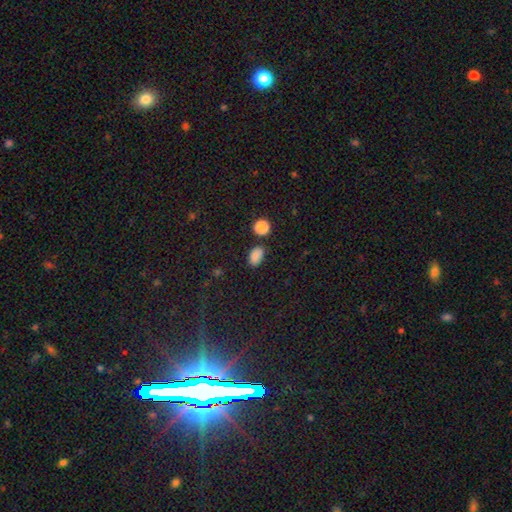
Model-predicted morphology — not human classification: smooth-or-featured: smooth: 84% | star or artifact: 12% | featured or disk: 4%
  how-rounded: in between: 87% | round: 11% | cigar-shaped: 2%
  merging: none: 78% | minor disturbance: 14% | merger: 4% | major disturbance: 3%